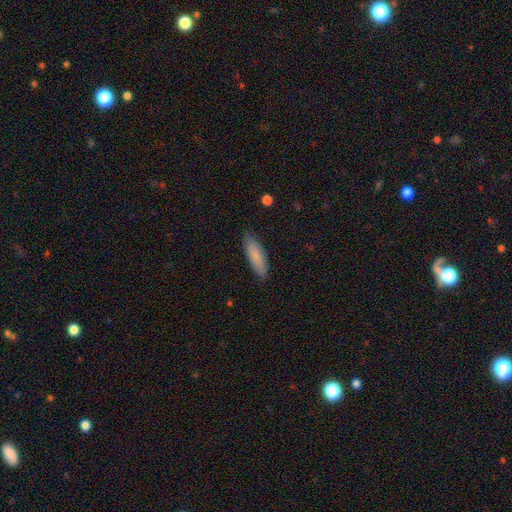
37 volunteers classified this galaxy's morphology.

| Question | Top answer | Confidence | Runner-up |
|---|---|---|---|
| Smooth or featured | smooth | 76% | featured or disk (16%) |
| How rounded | cigar-shaped | 61% | in between (39%) |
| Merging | none | 82% | minor disturbance (18%) |